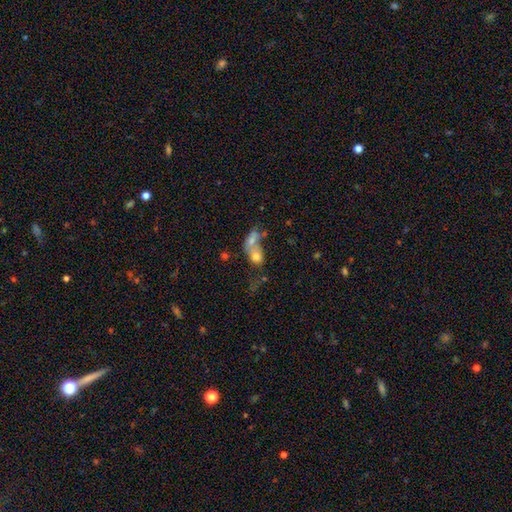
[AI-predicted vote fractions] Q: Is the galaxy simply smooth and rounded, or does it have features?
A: smooth — 61%.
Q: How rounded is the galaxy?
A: in between — 56%.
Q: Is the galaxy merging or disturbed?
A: merger — 68%.